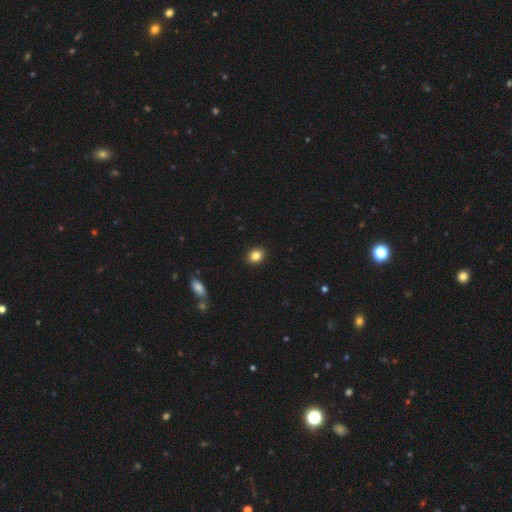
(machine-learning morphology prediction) A smooth galaxy with no disk features (85%) that is in between round and cigar-shaped (53%).

Vote fractions:
- Smooth or featured? smooth: 85% / star or artifact: 10% / featured or disk: 6%
- How rounded? in between: 53% / round: 46% / cigar-shaped: 1%
- Merging? none: 90% / minor disturbance: 7% / major disturbance: 2% / merger: 1%